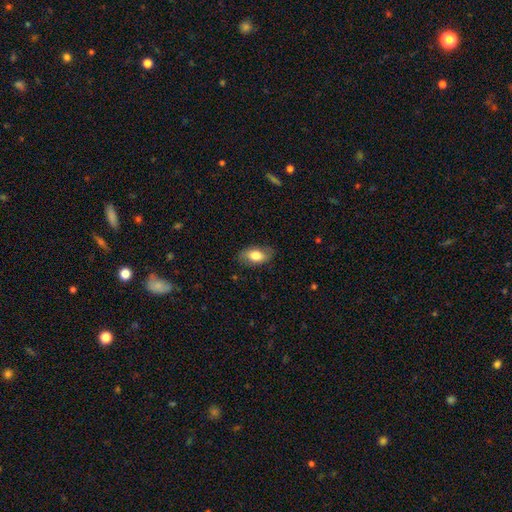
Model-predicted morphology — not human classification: Smooth or featured?
  - smooth: 73% *
  - featured or disk: 20%
  - star or artifact: 7%
How rounded?
  - in between: 90% *
  - round: 6%
  - cigar-shaped: 3%
Merging?
  - none: 80% *
  - minor disturbance: 15%
  - major disturbance: 4%
  - merger: 1%